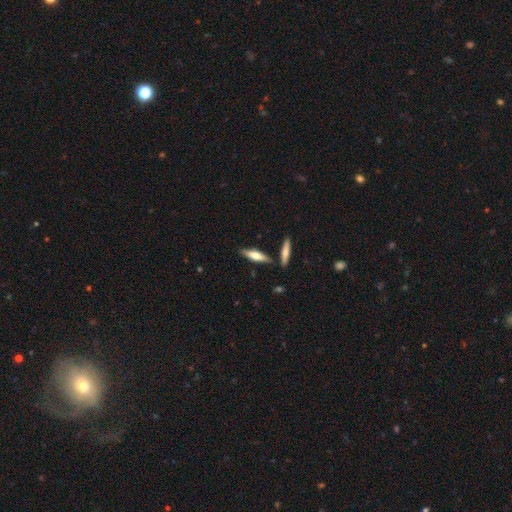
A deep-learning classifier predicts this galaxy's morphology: type=smooth (59%); roundness=cigar-shaped (67%); merging=none (80%).